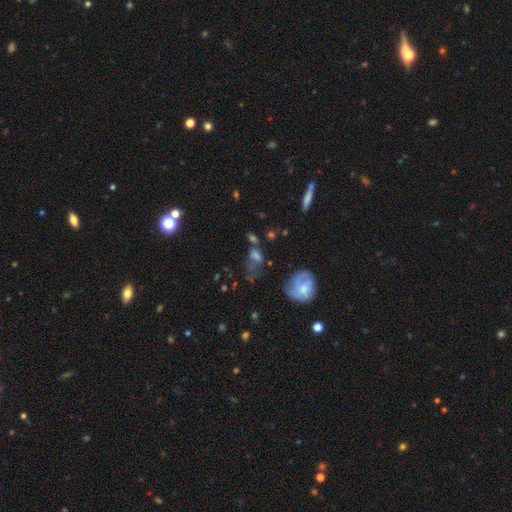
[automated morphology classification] Overall: smooth (48%; featured or disk 32%). Merging: none (36%; major disturbance 28%).